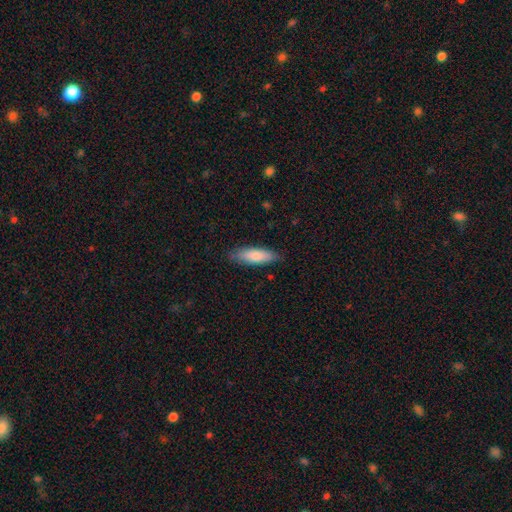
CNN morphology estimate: Smooth or featured: smooth — 82% (featured or disk — 13%)
How rounded: in between — 53% (cigar-shaped — 45%)
Merging: none — 84% (minor disturbance — 13%)